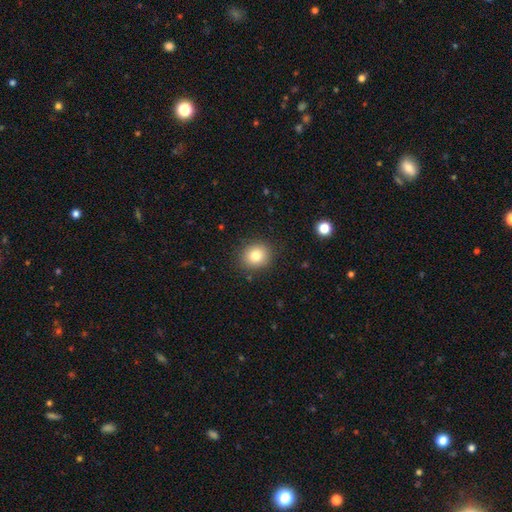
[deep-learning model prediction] Smooth or featured? smooth (81%)
How rounded? round (77%)
Merging? none (88%)